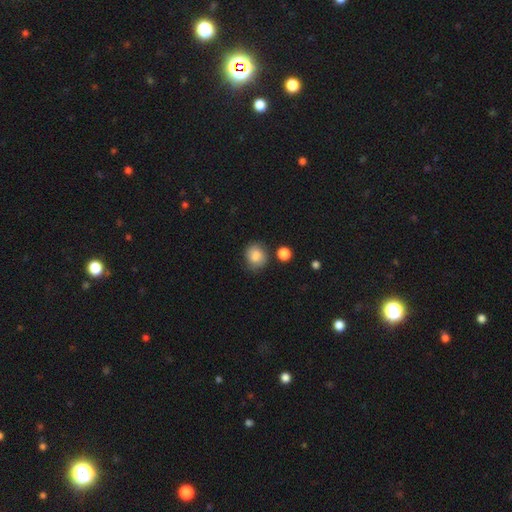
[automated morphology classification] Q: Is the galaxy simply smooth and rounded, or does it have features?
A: smooth — 83%.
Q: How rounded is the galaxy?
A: round — 67%.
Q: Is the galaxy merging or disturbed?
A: none — 74%.